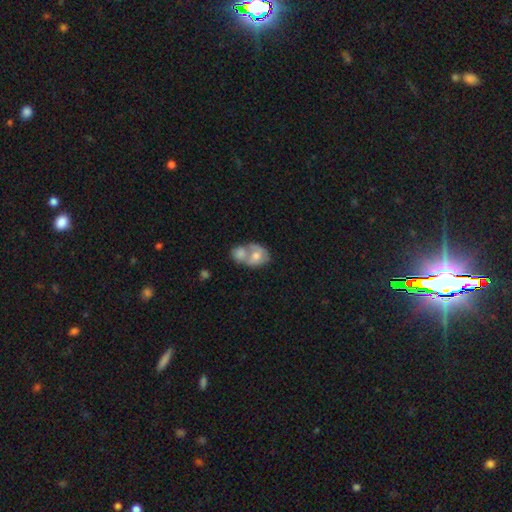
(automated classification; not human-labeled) Smooth or featured?
  - smooth: 62% *
  - featured or disk: 31%
  - star or artifact: 7%
How rounded?
  - in between: 57% *
  - round: 42%
  - cigar-shaped: 1%
Merging?
  - merger: 74% *
  - none: 14%
  - minor disturbance: 7%
  - major disturbance: 4%